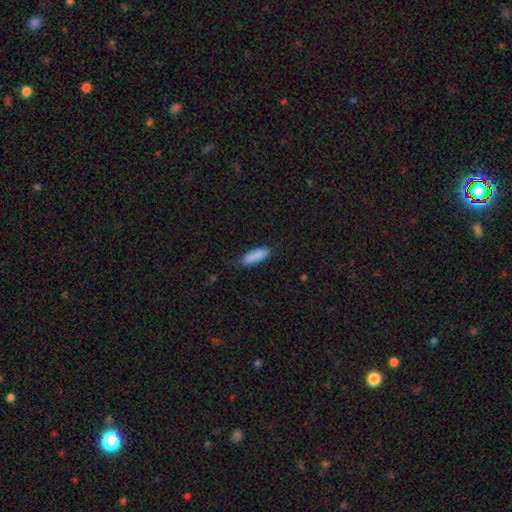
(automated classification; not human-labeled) A smooth galaxy with no disk features (89%) that is cigar-shaped (51%).

Vote fractions:
- Smooth or featured? smooth: 89% / star or artifact: 6% / featured or disk: 5%
- How rounded? cigar-shaped: 51% / in between: 47% / round: 2%
- Merging? none: 81% / minor disturbance: 15% / major disturbance: 3% / merger: 1%